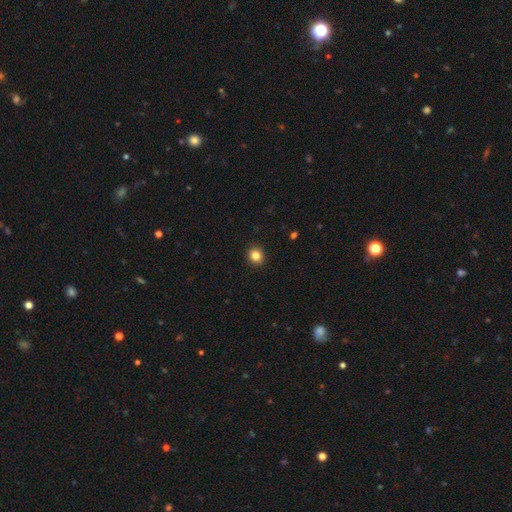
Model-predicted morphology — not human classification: Smooth or featured? Predicted: smooth (p=0.84). How rounded? Predicted: round (p=0.83). Merging? Predicted: none (p=0.92).